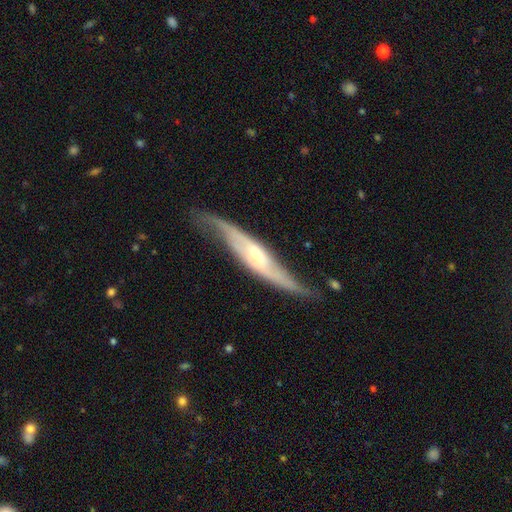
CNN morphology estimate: This is likely a featured or disk galaxy (79%). It is possibly not viewed edge-on (52%). Merging: likely none (66%).